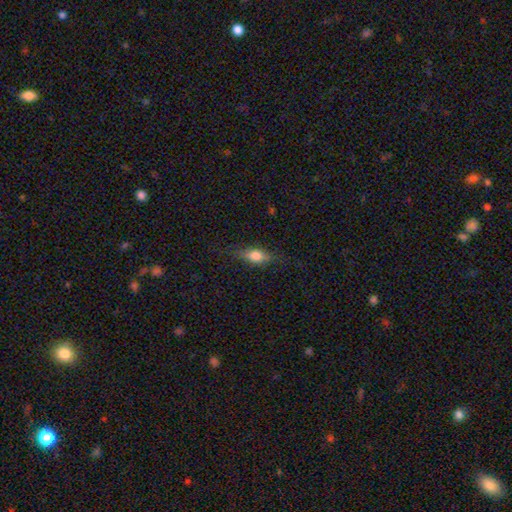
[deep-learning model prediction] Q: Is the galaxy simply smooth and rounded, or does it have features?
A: smooth — 62%.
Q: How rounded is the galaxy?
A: in between — 68%.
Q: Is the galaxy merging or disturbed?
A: none — 78%.